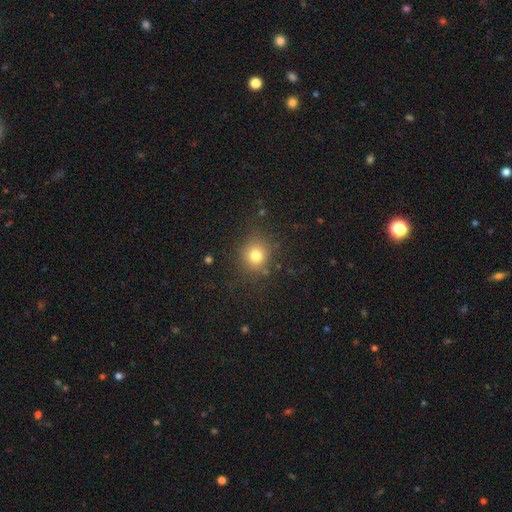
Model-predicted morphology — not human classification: A smooth galaxy with no disk features (77%) that is round (86%).

Vote fractions:
- Smooth or featured? smooth: 77% / star or artifact: 15% / featured or disk: 8%
- How rounded? round: 86% / in between: 13% / cigar-shaped: 1%
- Merging? none: 84% / minor disturbance: 10% / major disturbance: 4% / merger: 2%